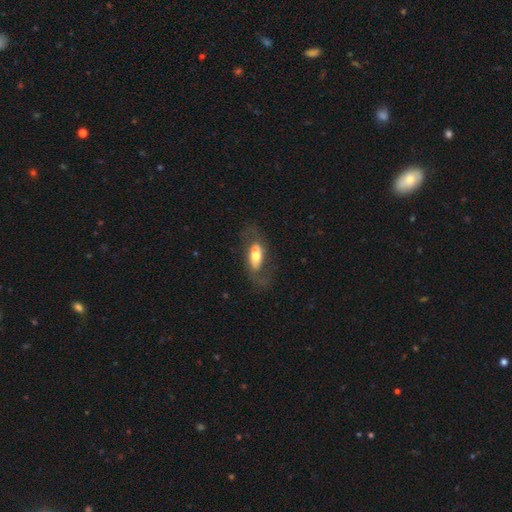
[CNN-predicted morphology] featured or disk 47%, smooth 46%, star or artifact 6%. Down the decision tree: merging — none (54%).